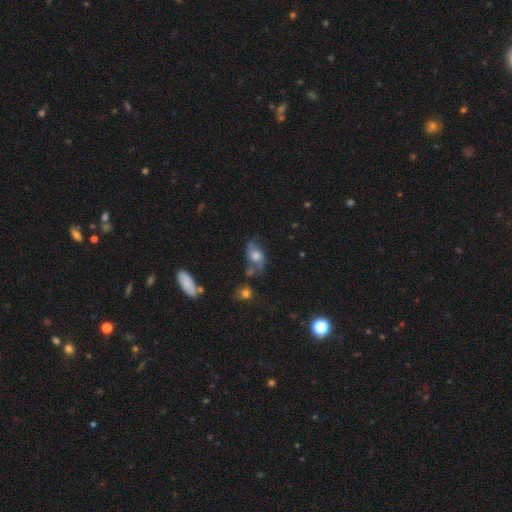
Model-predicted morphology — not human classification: A featured or disk galaxy (59%) with no bar (72%), spiral arms (85%) and a moderate central bulge (53%).

Vote fractions:
- Smooth or featured? featured or disk: 59% / smooth: 31% / star or artifact: 10%
- Edge-on disk? no: 93% / yes: 7%
- Bar? no: 72% / weak: 23% / strong: 4%
- Spiral arms? yes: 85% / no: 15%
- Bulge size? moderate: 53% / large: 22% / small: 17% / none: 5% / dominant: 3%
- Merging? none: 52% / minor disturbance: 25% / major disturbance: 13% / merger: 10%